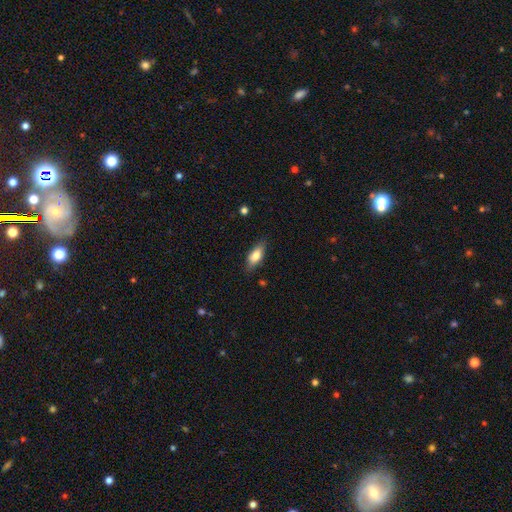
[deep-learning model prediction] Smooth or featured?
  - smooth: 74% *
  - featured or disk: 19%
  - star or artifact: 7%
How rounded?
  - in between: 75% *
  - cigar-shaped: 22%
  - round: 3%
Merging?
  - none: 82% *
  - minor disturbance: 14%
  - major disturbance: 3%
  - merger: 1%